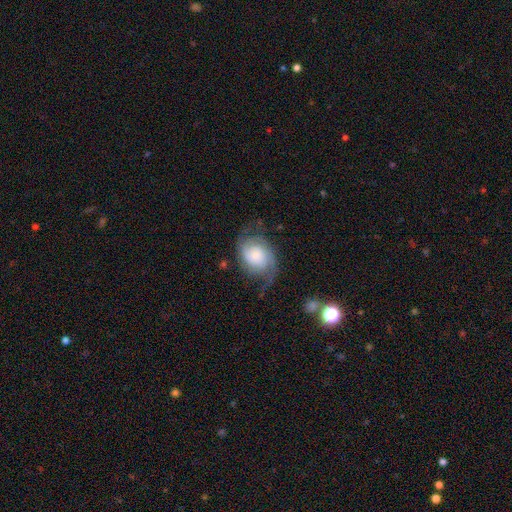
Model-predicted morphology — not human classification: Smooth or featured? featured or disk (73%)
Edge-on disk? no (97%)
Bar? no (69%)
Spiral arms? yes (94%)
Spiral winding? medium (45%)
Spiral arm count? 2 (78%)
Bulge size? small (42%)
Merging? none (59%)